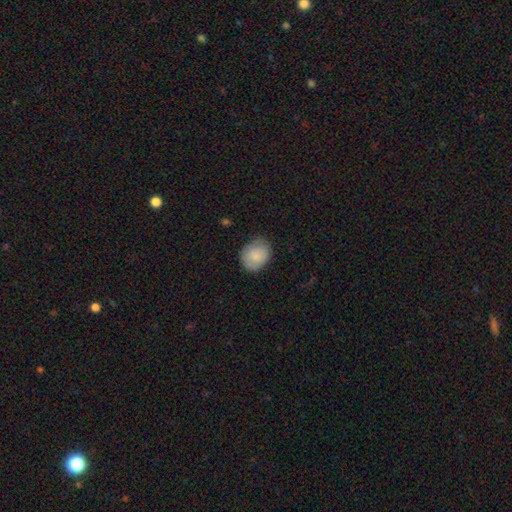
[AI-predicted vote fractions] smooth 83%, featured or disk 10%, star or artifact 7%. Down the decision tree: how rounded — round (53%); merging — none (76%).